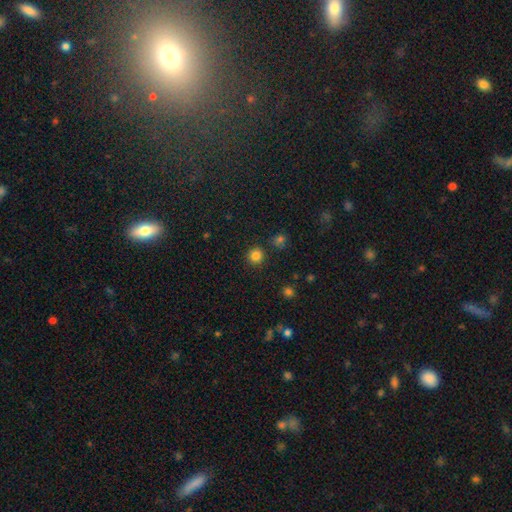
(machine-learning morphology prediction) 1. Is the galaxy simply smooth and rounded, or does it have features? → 83% smooth, 13% star or artifact, 4% featured or disk.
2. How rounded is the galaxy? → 93% round, 6% in between, 1% cigar-shaped.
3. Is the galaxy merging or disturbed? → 89% none, 6% minor disturbance, 3% merger, 2% major disturbance.